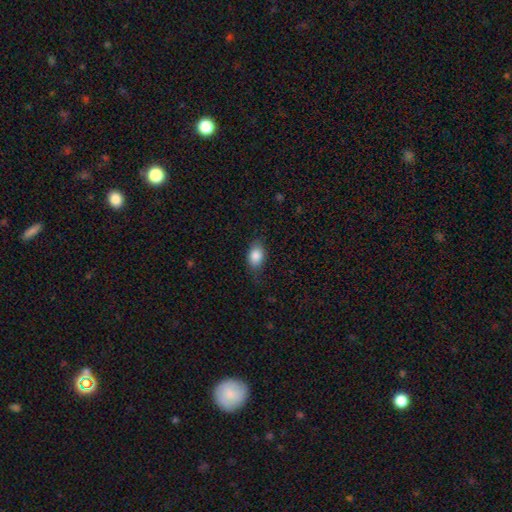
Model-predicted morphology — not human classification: Overall: smooth (85%). How rounded: in between (84%). Merging: none (74%).